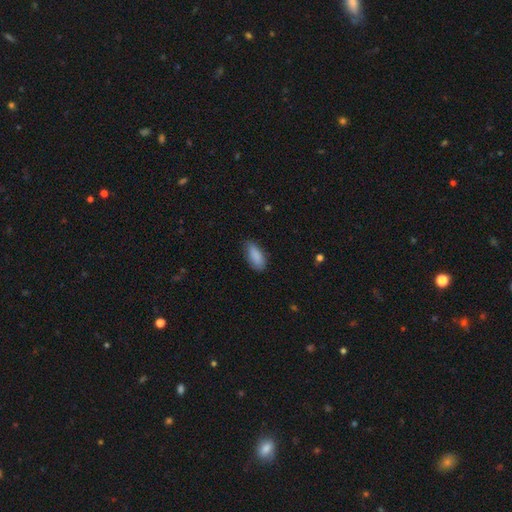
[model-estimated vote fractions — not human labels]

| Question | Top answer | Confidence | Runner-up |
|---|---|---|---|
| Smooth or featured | smooth | 88% | star or artifact (6%) |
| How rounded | in between | 86% | cigar-shaped (12%) |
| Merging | none | 76% | minor disturbance (20%) |